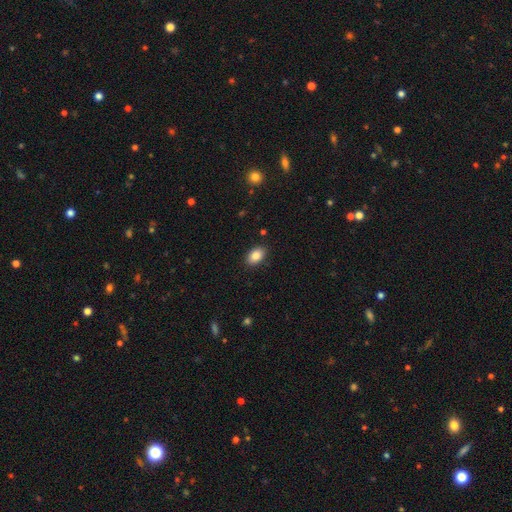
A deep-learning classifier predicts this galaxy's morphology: Overall: smooth (86%). How rounded: in between (88%). Merging: none (88%).